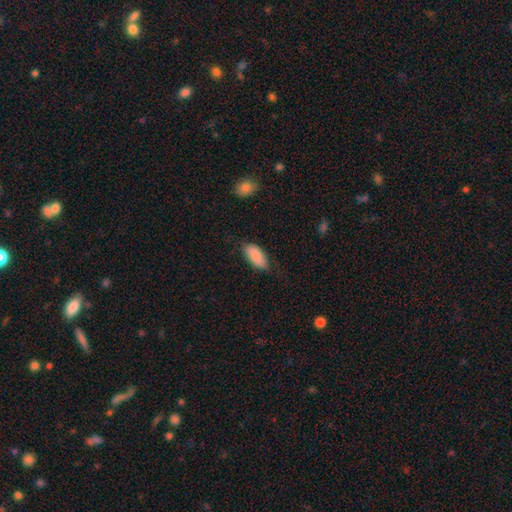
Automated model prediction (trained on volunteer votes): Morphology: type=smooth (88%); roundness=in between (89%); merging=none (71%).